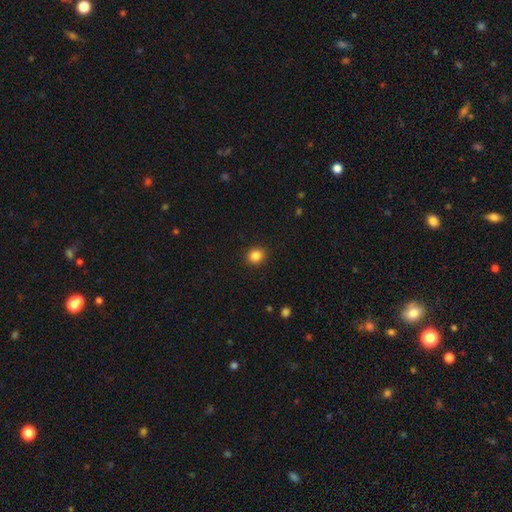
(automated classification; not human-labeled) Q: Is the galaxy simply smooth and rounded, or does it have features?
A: smooth — 85%.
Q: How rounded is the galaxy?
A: round — 80%.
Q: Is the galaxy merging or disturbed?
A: none — 91%.